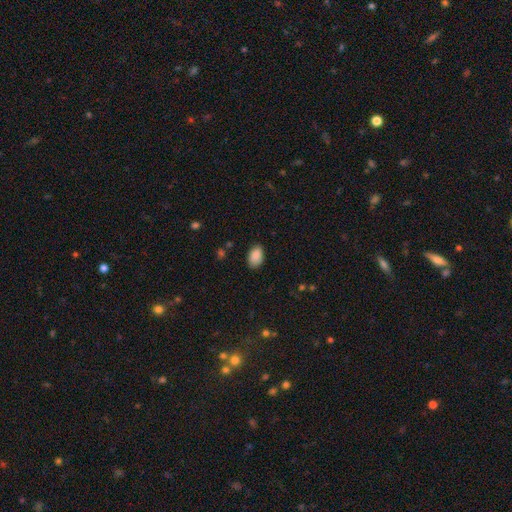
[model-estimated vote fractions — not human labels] Smooth or featured?
  - smooth: 89% *
  - star or artifact: 7%
  - featured or disk: 3%
How rounded?
  - in between: 89% *
  - round: 10%
  - cigar-shaped: 1%
Merging?
  - none: 83% *
  - minor disturbance: 13%
  - major disturbance: 3%
  - merger: 1%